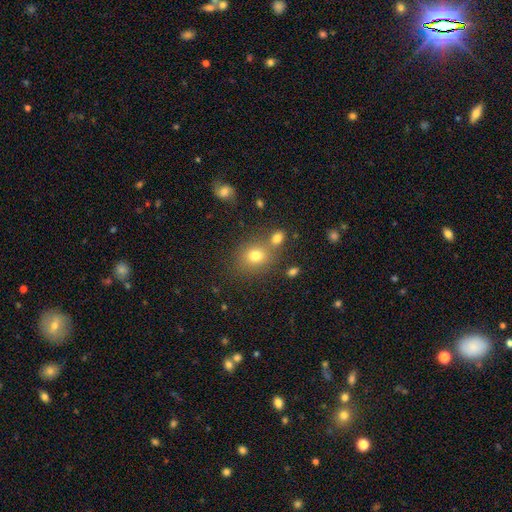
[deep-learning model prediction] Morphology: type=smooth (75%); roundness=round (69%); merging=none (64%).